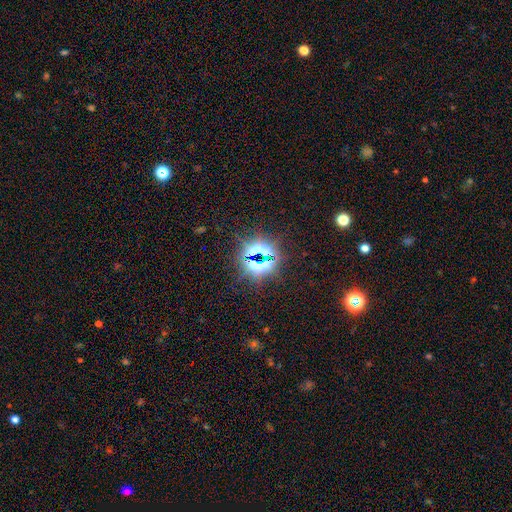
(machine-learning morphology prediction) This is clearly a star or artifact rather than a galaxy (80%).